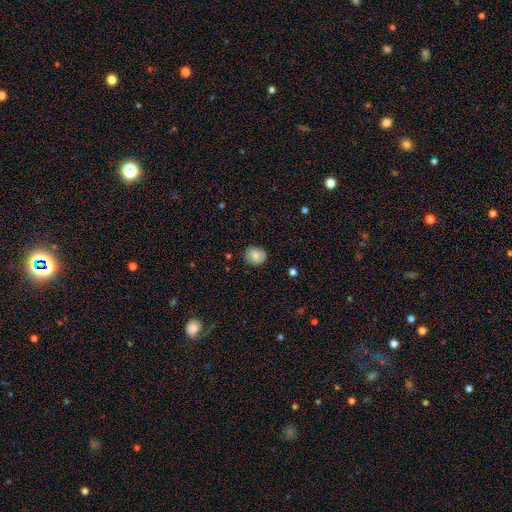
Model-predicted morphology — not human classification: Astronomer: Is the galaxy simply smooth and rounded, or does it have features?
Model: smooth — 73%.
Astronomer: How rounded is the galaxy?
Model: round — 74%.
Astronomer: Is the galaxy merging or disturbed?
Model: none — 82%.